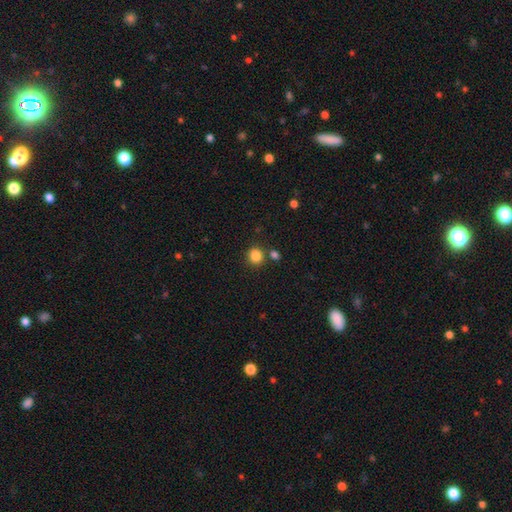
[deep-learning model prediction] This is clearly a smooth galaxy (85%). How rounded: clearly round (80%). Merging: likely none (79%).